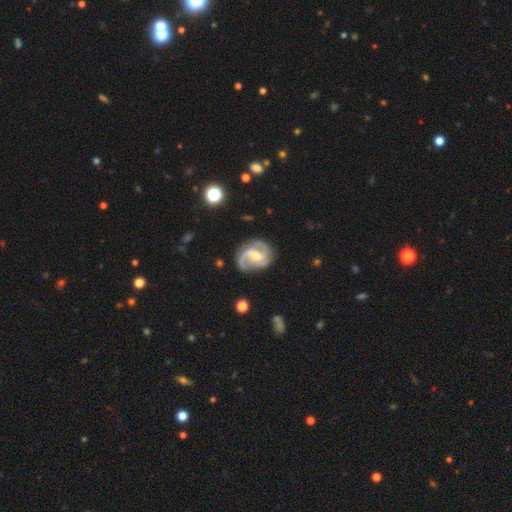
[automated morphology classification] This is clearly a featured or disk galaxy (89%). It is clearly not viewed edge-on (98%). Bar: possibly weak (47%). Spiral arm pattern: clearly yes (97%). Spiral arm count: possibly 2 (57%). Spiral winding: possibly medium (54%). Central bulge: possibly moderate (52%). Merging: likely none (73%).